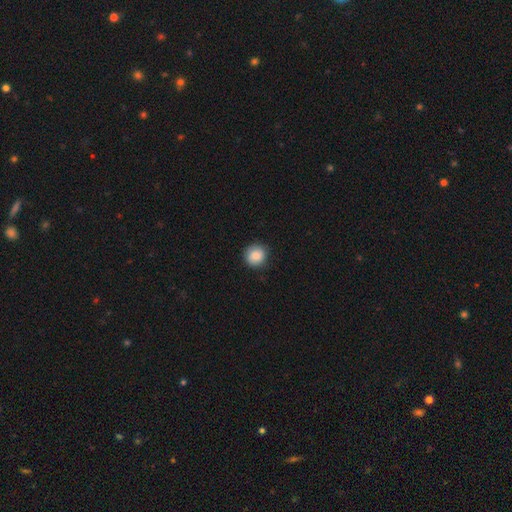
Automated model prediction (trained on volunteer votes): Morphology: type=smooth (85%); roundness=round (92%); merging=none (88%).